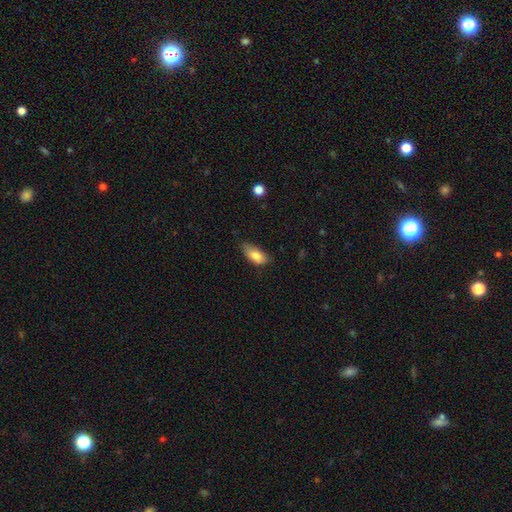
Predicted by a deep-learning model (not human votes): A smooth galaxy with no disk features (81%) that is in between round and cigar-shaped (89%).

Vote fractions:
- Smooth or featured? smooth: 81% / featured or disk: 12% / star or artifact: 7%
- How rounded? in between: 89% / cigar-shaped: 8% / round: 3%
- Merging? none: 56% / minor disturbance: 36% / major disturbance: 7% / merger: 2%